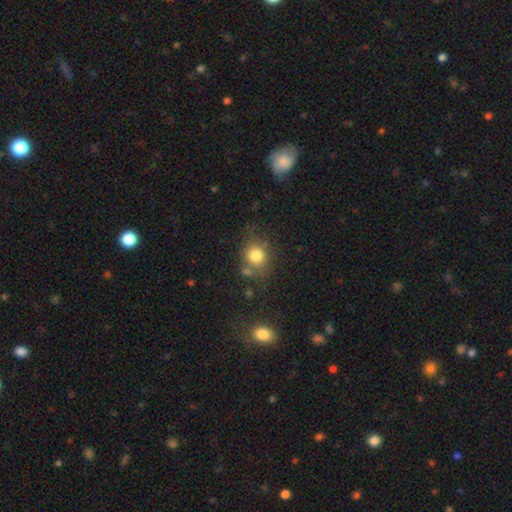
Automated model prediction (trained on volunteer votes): smooth_or_featured: smooth (p=0.80) [alt: star or artifact p=0.12]
how_rounded: round (p=0.83) [alt: in between p=0.16]
merging: none (p=0.68) [alt: minor disturbance p=0.15]